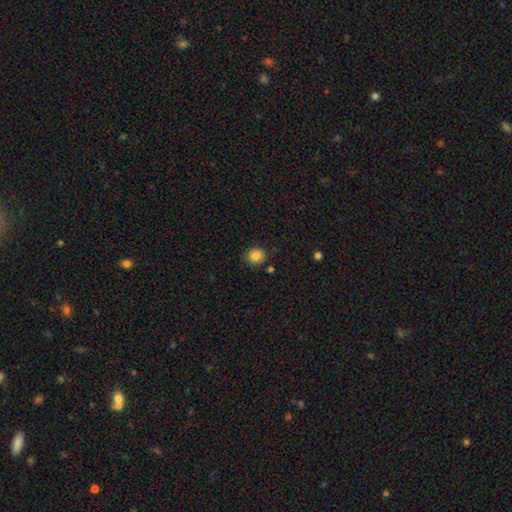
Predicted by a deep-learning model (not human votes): Smooth or featured?
  - smooth: 84% *
  - star or artifact: 10%
  - featured or disk: 6%
How rounded?
  - round: 77% *
  - in between: 22%
  - cigar-shaped: 1%
Merging?
  - none: 82% *
  - minor disturbance: 13%
  - merger: 3%
  - major disturbance: 3%